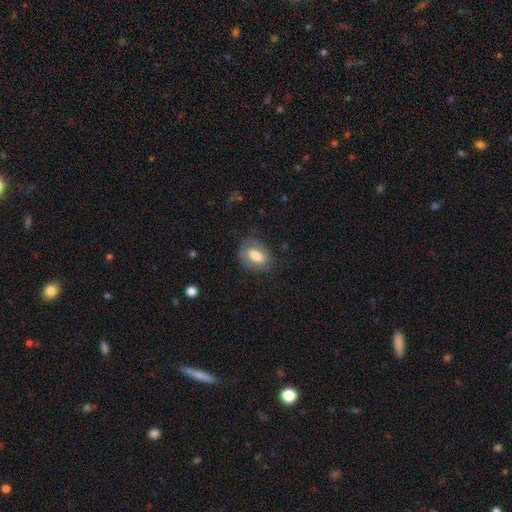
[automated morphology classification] Smooth or featured? smooth (60%)
How rounded? in between (83%)
Merging? none (71%)